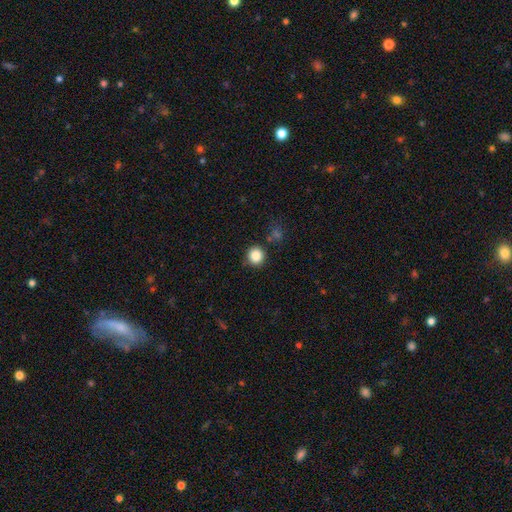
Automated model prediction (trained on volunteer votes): A smooth galaxy with no disk features (86%) that is round (91%). Merging: none (84%).